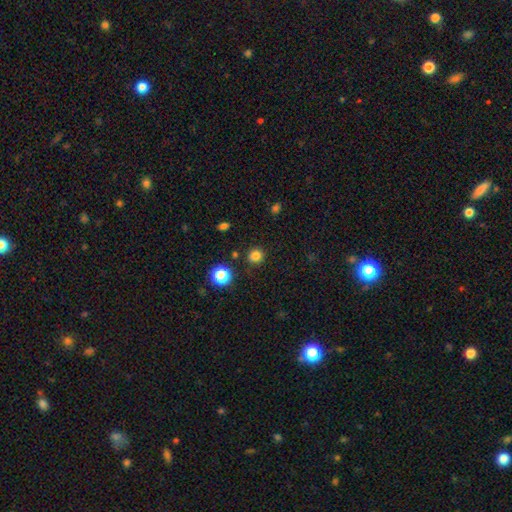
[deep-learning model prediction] A smooth galaxy with no disk features (81%) that is round (91%).

Vote fractions:
- Smooth or featured? smooth: 81% / star or artifact: 15% / featured or disk: 4%
- How rounded? round: 91% / in between: 8% / cigar-shaped: 1%
- Merging? none: 88% / minor disturbance: 7% / major disturbance: 2% / merger: 2%